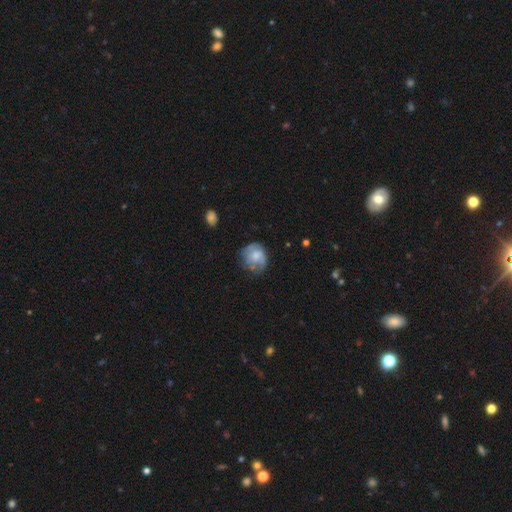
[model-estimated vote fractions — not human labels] smooth_or_featured: smooth (p=0.48) [alt: featured or disk p=0.45]
merging: none (p=0.53) [alt: minor disturbance p=0.29]